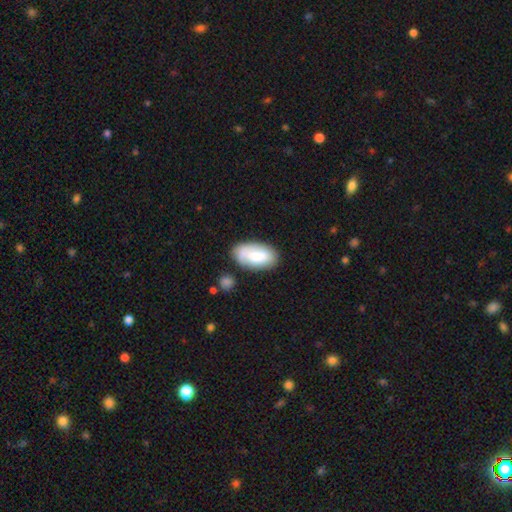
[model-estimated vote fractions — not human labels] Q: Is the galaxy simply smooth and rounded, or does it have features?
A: smooth — 73%.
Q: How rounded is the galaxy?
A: in between — 94%.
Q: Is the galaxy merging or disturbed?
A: none — 62%.